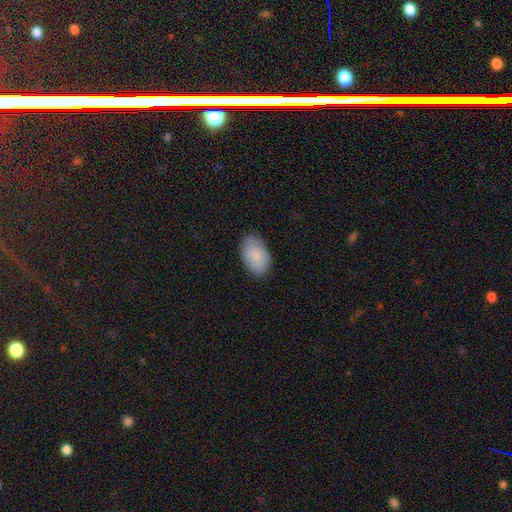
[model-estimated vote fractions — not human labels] The model was most divided on "merging": none: 78%, minor disturbance: 18%, major disturbance: 3%, merger: 1%. More confident: how rounded — in between (92%); smooth or featured — smooth (83%).